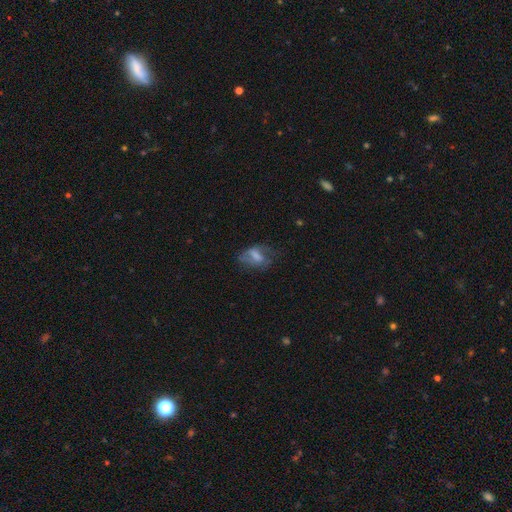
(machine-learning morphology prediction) type=smooth (46%); merging=none (39%).